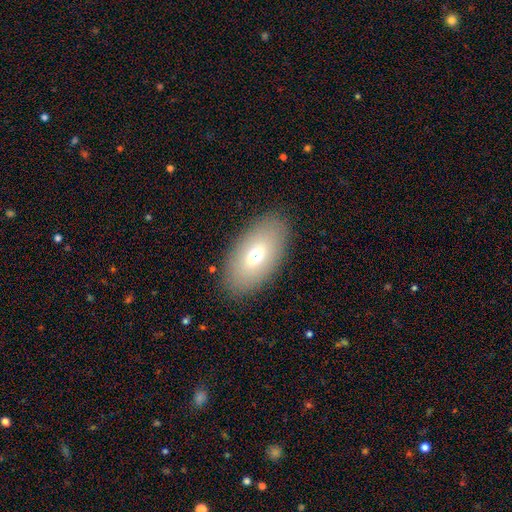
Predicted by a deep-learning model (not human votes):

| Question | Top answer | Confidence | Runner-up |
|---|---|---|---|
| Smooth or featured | smooth | 66% | featured or disk (25%) |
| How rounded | in between | 92% | round (4%) |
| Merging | none | 86% | minor disturbance (9%) |